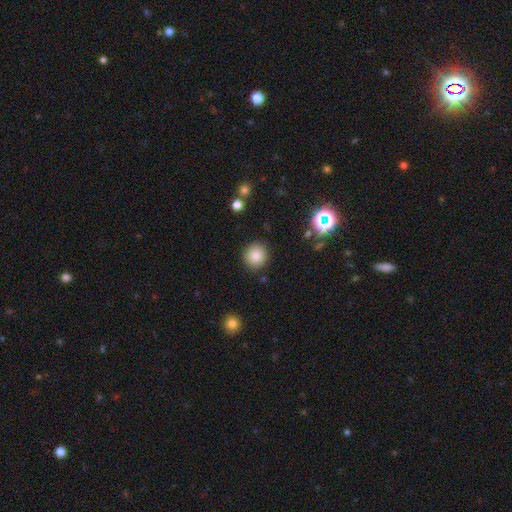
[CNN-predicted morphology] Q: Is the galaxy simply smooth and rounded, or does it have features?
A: smooth — 84%.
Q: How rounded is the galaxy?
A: round — 91%.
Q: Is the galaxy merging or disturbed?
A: none — 89%.